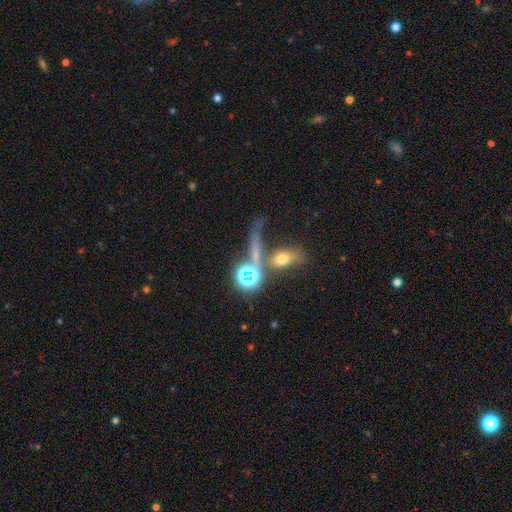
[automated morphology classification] This is marginally a smooth galaxy (42%). Merging: marginally none (39%).